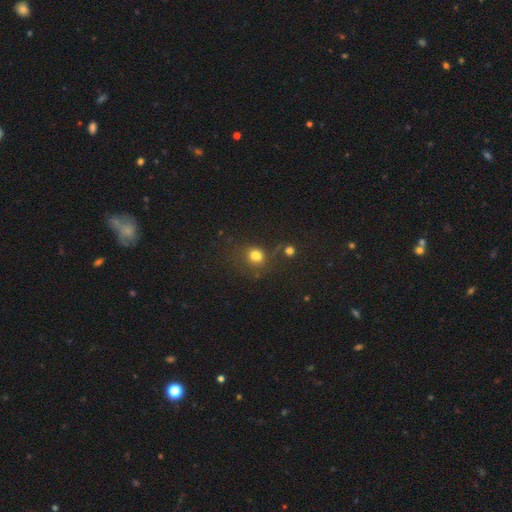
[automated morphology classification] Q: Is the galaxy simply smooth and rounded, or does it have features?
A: smooth — 74%.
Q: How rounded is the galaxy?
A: round — 72%.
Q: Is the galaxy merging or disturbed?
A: none — 59%.